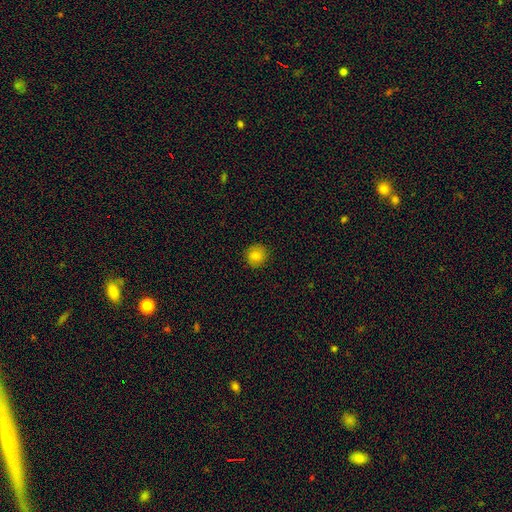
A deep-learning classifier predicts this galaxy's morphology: The model was most divided on "smooth or featured": smooth: 82%, star or artifact: 10%, featured or disk: 8%. More confident: how rounded — round (92%); merging — none (91%).